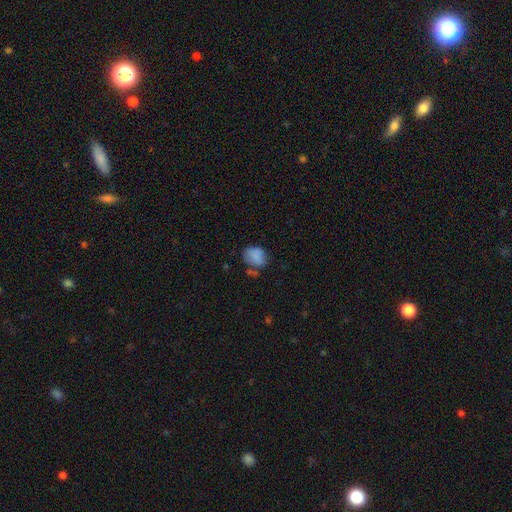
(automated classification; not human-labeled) Morphology: type=smooth (77%); roundness=in between (57%); merging=none (50%).